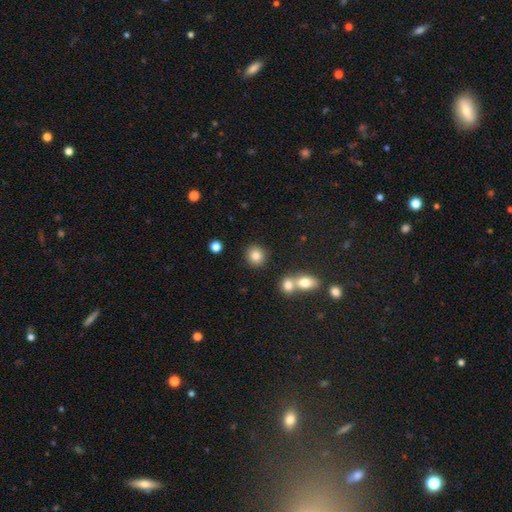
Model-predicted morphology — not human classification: A smooth galaxy with no disk features (82%) that is round (85%).

Vote fractions:
- Smooth or featured? smooth: 82% / star or artifact: 10% / featured or disk: 7%
- How rounded? round: 85% / in between: 14% / cigar-shaped: 1%
- Merging? none: 82% / merger: 8% / minor disturbance: 7% / major disturbance: 3%